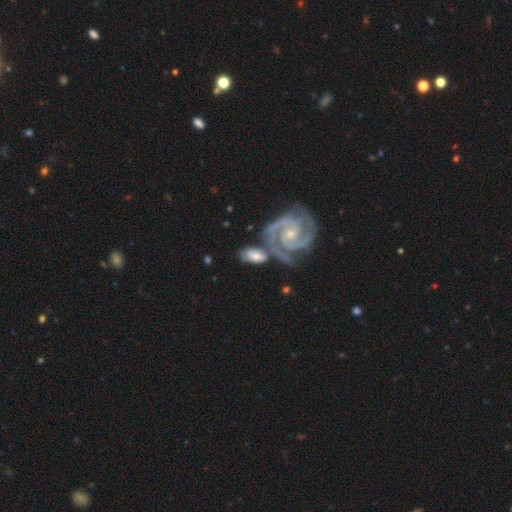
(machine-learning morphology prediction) Smooth or featured? Predicted: featured or disk (p=0.64). Edge-on disk? Predicted: no (p=0.94). Bar? Predicted: no (p=0.58). Spiral arms? Predicted: yes (p=0.94). Spiral winding? Predicted: tight (p=0.62). Spiral arm count? Predicted: 2 (p=0.74). Bulge size? Predicted: small (p=0.62). Merging? Predicted: none (p=0.51).